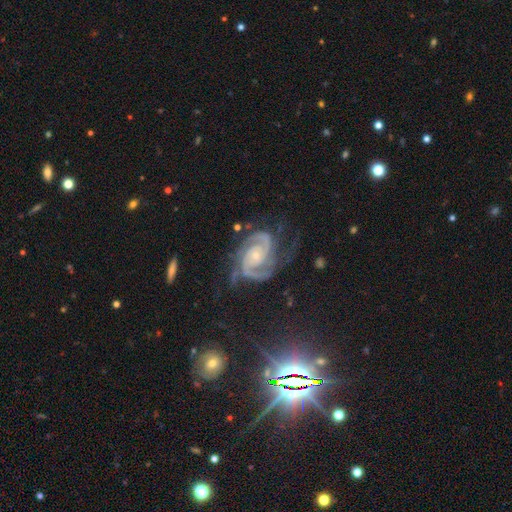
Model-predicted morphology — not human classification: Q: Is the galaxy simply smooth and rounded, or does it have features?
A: featured or disk — 91%.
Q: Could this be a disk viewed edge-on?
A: no — 98%.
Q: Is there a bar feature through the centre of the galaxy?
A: no — 63%.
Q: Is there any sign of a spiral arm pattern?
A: yes — 99%.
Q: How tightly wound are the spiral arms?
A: tight — 48%.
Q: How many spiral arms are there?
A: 2 — 83%.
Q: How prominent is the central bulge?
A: small — 65%.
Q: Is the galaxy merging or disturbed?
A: none — 66%.